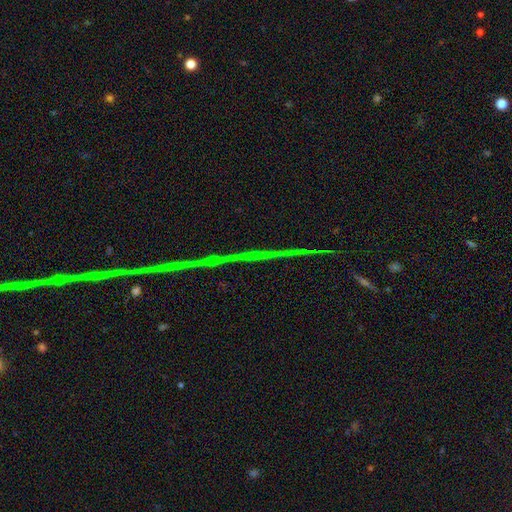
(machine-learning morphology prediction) A star or artifact, not a galaxy (79%).